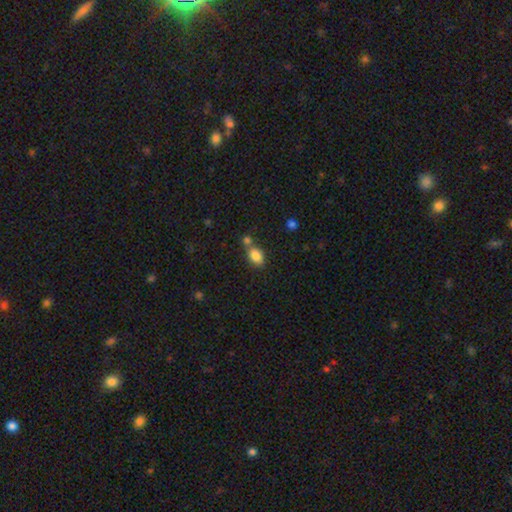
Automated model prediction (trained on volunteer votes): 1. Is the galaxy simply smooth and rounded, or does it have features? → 85% smooth, 9% star or artifact, 6% featured or disk.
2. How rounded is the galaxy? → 80% in between, 18% round, 2% cigar-shaped.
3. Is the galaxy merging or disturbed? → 52% none, 31% merger, 13% minor disturbance, 4% major disturbance.